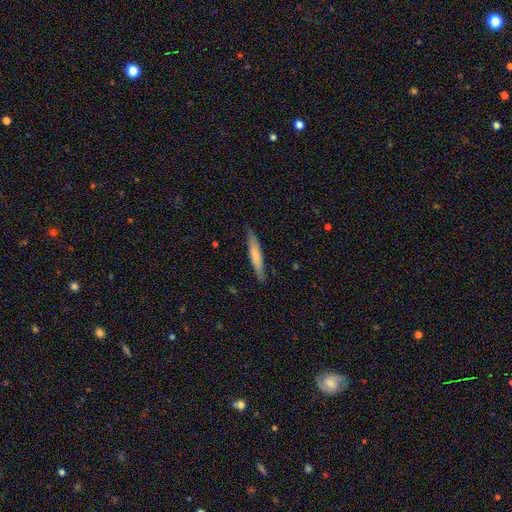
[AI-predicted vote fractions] A smooth galaxy with no disk features (73%) that is cigar-shaped (90%).

Vote fractions:
- Smooth or featured? smooth: 73% / featured or disk: 22% / star or artifact: 5%
- How rounded? cigar-shaped: 90% / in between: 9% / round: 1%
- Merging? none: 87% / minor disturbance: 10% / major disturbance: 2% / merger: 1%